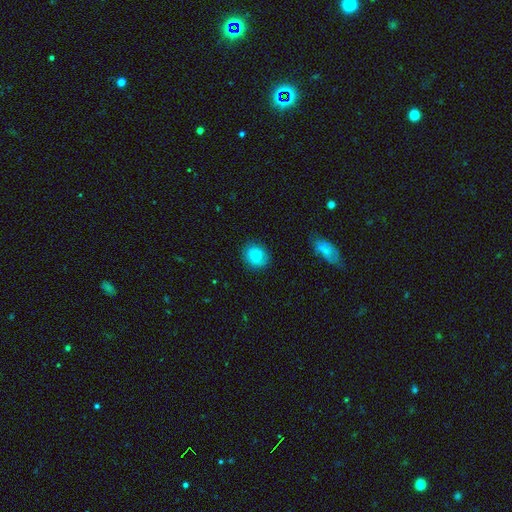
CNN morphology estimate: Smooth or featured: smooth — 79% (featured or disk — 13%)
How rounded: round — 70% (in between — 29%)
Merging: none — 76% (minor disturbance — 17%)